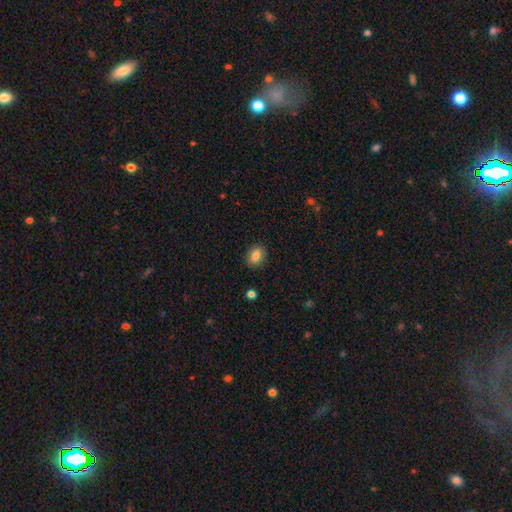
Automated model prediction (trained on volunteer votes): Morphology: type=smooth (84%); roundness=in between (68%); merging=none (87%).